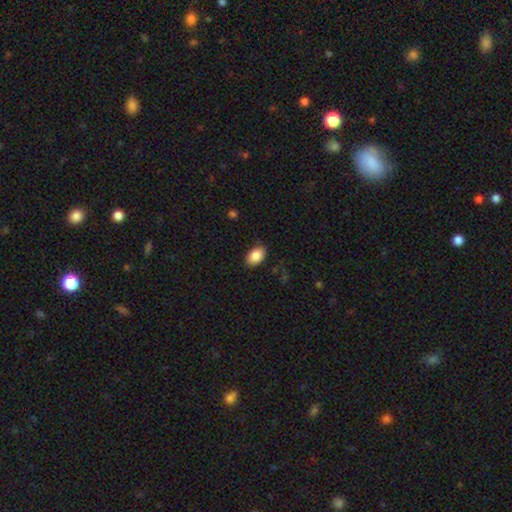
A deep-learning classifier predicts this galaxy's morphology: smooth-or-featured: smooth: 87% | star or artifact: 7% | featured or disk: 5%
  how-rounded: in between: 89% | round: 10% | cigar-shaped: 1%
  merging: none: 84% | minor disturbance: 13% | major disturbance: 3% | merger: 1%